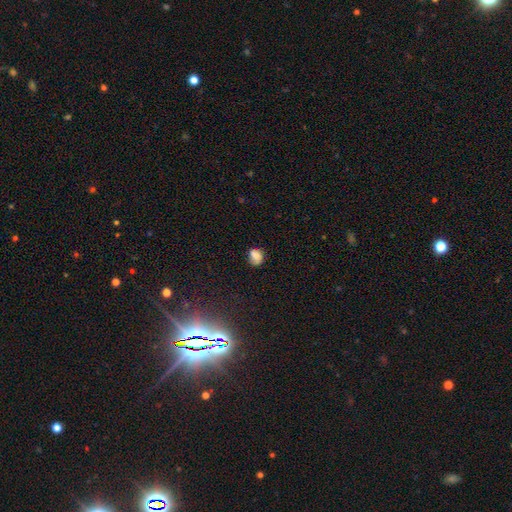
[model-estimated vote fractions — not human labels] Q: Smooth or featured?
A: smooth (75%); runner-up: featured or disk (13%)
Q: How rounded?
A: round (53%); runner-up: in between (45%)
Q: Merging?
A: none (60%); runner-up: minor disturbance (25%)